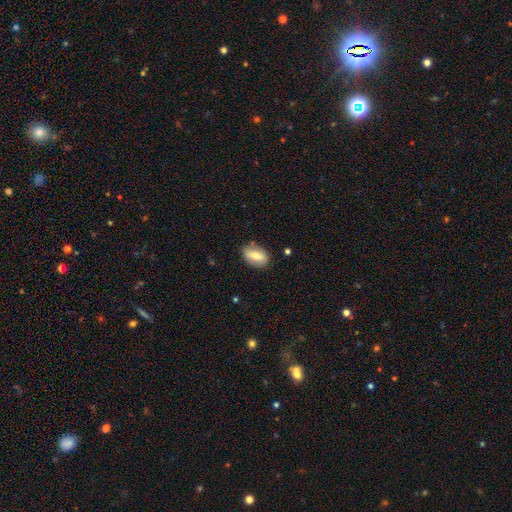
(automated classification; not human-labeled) This appears to be a smooth galaxy with no disk features (67%) that is in between round and cigar-shaped (87%). Merging: none (83%).